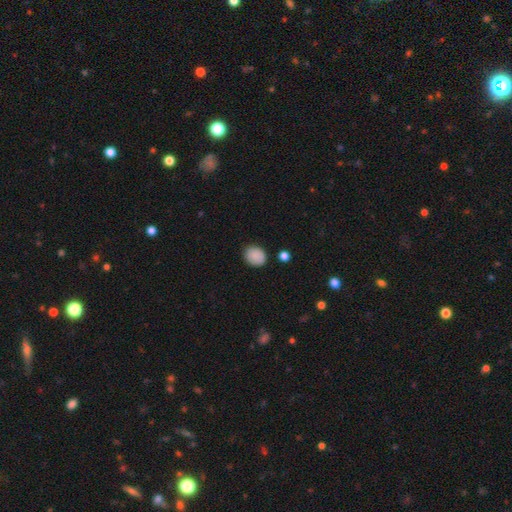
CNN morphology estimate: This appears to be a smooth galaxy with no disk features (87%) that is round (66%). Merging: none (84%).